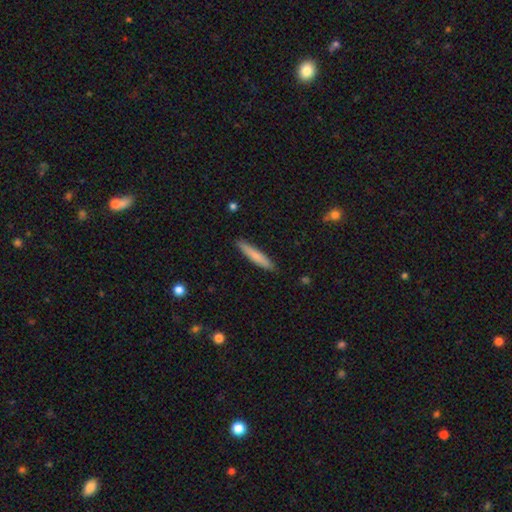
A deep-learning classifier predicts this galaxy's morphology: smooth_or_featured: smooth (p=0.75) [alt: featured or disk p=0.19]
how_rounded: cigar-shaped (p=0.91) [alt: in between p=0.07]
merging: none (p=0.89) [alt: minor disturbance p=0.08]